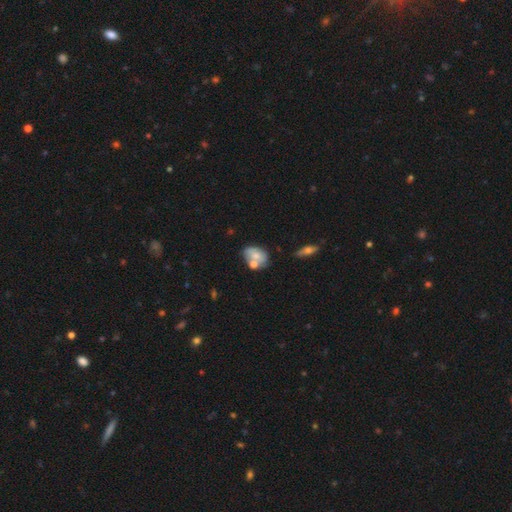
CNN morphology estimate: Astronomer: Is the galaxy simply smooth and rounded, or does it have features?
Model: smooth — 56% (runner-up: featured or disk, 36%).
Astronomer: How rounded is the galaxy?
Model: in between — 77%.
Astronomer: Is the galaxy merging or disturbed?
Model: none — 44% (runner-up: merger, 29%).